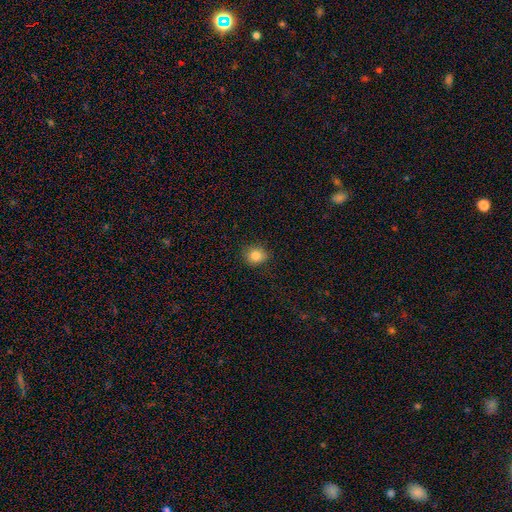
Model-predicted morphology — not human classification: A smooth galaxy with no disk features (84%) that is round (73%). Merging: none (86%).